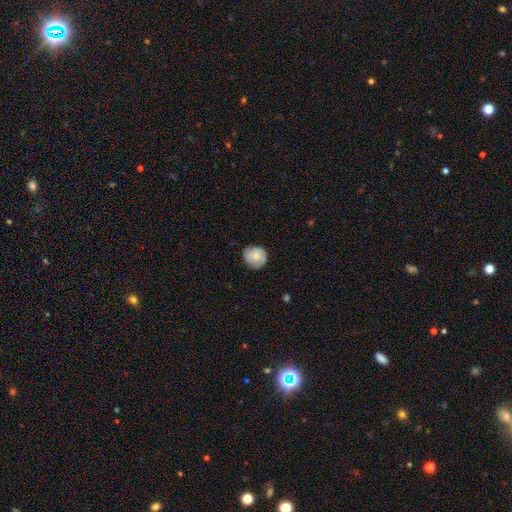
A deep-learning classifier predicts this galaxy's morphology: Q: Smooth or featured?
A: smooth (59%); runner-up: featured or disk (34%)
Q: How rounded?
A: round (86%); runner-up: in between (13%)
Q: Merging?
A: none (76%); runner-up: minor disturbance (19%)